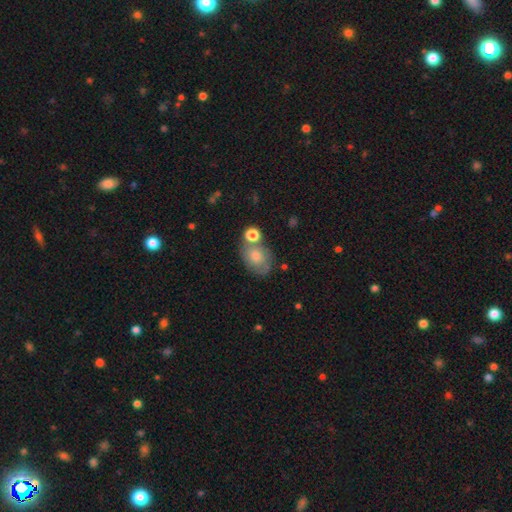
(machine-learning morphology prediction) Smooth or featured?
  - smooth: 58% *
  - featured or disk: 29%
  - star or artifact: 13%
How rounded?
  - in between: 63% *
  - round: 36%
  - cigar-shaped: 1%
Merging?
  - none: 58% *
  - minor disturbance: 19%
  - merger: 16%
  - major disturbance: 7%